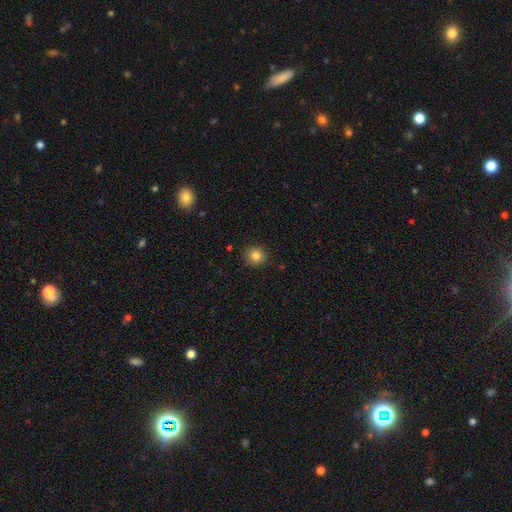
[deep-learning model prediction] A smooth galaxy with no disk features (83%) that is round (88%). Merging: none (90%).